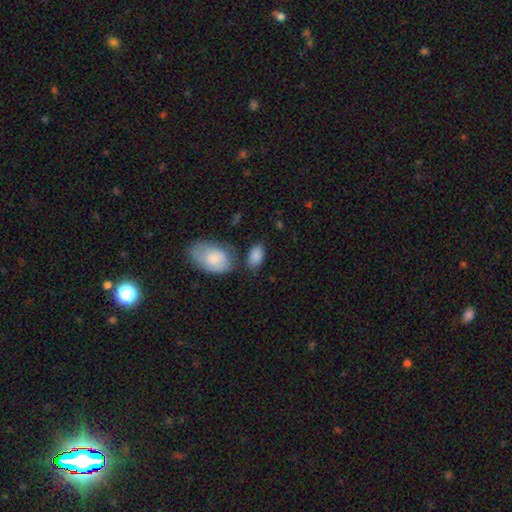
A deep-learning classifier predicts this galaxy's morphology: smooth_or_featured: smooth (p=0.87) [alt: star or artifact p=0.07]
how_rounded: in between (p=0.92) [alt: round p=0.06]
merging: none (p=0.65) [alt: minor disturbance p=0.18]